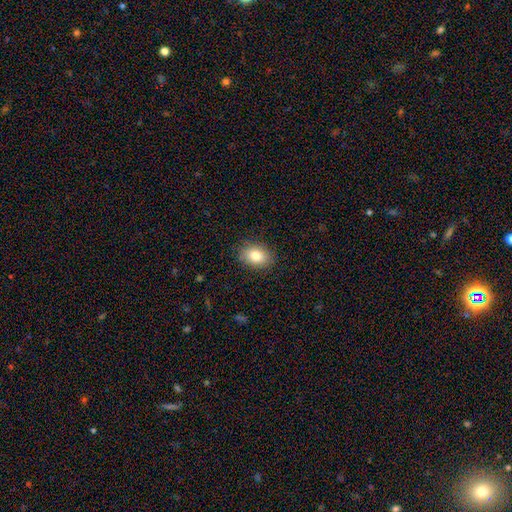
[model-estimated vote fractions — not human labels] Smooth or featured?
  - smooth: 81% *
  - featured or disk: 10%
  - star or artifact: 9%
How rounded?
  - in between: 73% *
  - round: 25%
  - cigar-shaped: 1%
Merging?
  - none: 88% *
  - minor disturbance: 9%
  - major disturbance: 2%
  - merger: 1%